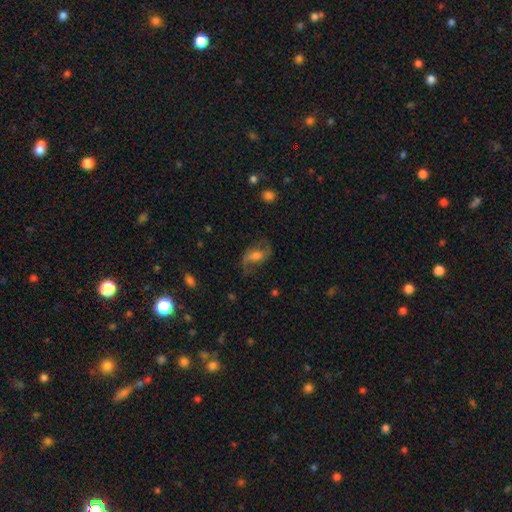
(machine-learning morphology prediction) Overall: featured or disk (61%; smooth 31%). Edge-on disk: no (95%). Bar: no (43%; weak 41%). Spiral arms: yes (86%). Bulge size: moderate (50%; small 26%). Merging: none (59%; minor disturbance 21%).